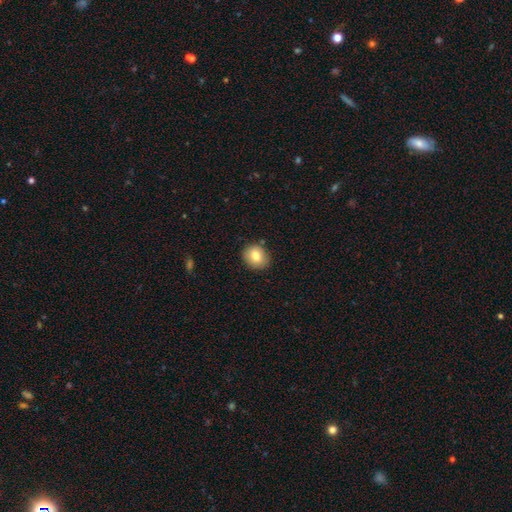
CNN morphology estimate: smooth 80%, featured or disk 11%, star or artifact 9%. Down the decision tree: how rounded — round (70%); merging — none (85%).